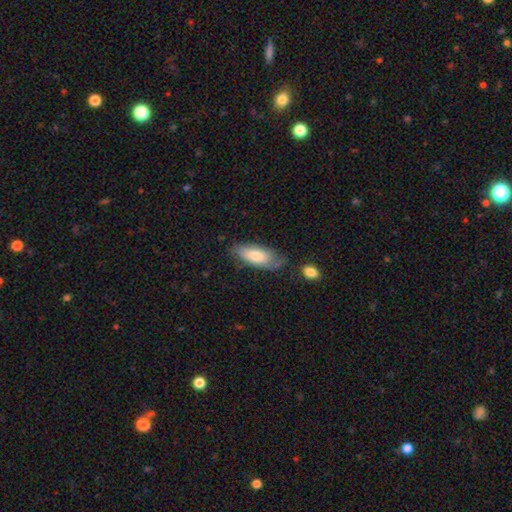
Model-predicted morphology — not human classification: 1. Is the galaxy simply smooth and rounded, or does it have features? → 71% smooth, 23% featured or disk, 6% star or artifact.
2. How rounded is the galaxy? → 79% in between, 19% cigar-shaped, 2% round.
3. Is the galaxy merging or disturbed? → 62% none, 27% minor disturbance, 8% major disturbance, 4% merger.